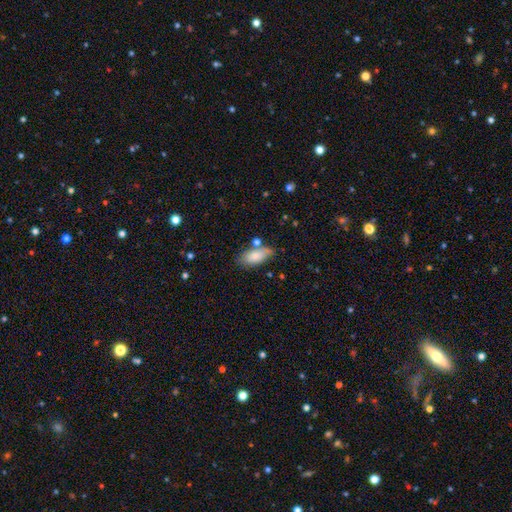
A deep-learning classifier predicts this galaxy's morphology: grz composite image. It shows a smooth galaxy with no disk features (80%) that is in between round and cigar-shaped (87%). Merging: none (64%).